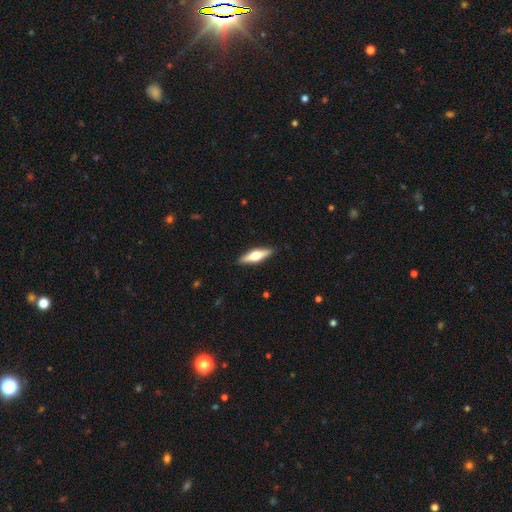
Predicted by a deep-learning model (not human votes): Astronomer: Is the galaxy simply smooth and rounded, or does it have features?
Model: featured or disk — 56% (runner-up: smooth, 39%).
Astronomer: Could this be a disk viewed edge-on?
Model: yes — 95%.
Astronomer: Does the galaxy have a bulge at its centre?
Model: rounded — 94%.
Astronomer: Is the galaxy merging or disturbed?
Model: none — 90%.